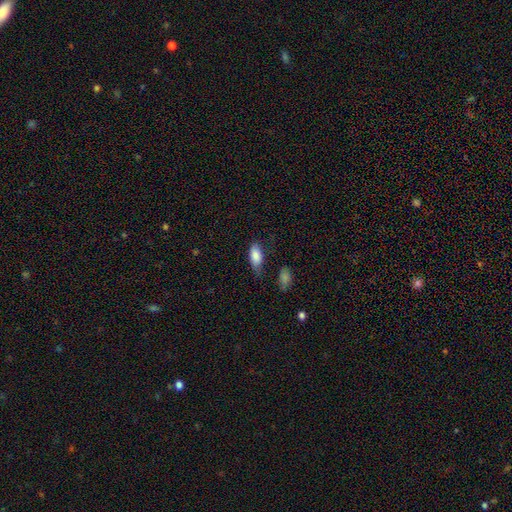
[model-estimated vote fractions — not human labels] smooth-or-featured: smooth: 84% | featured or disk: 9% | star or artifact: 7%
  how-rounded: in between: 87% | cigar-shaped: 11% | round: 3%
  merging: none: 52% | minor disturbance: 34% | major disturbance: 10% | merger: 4%